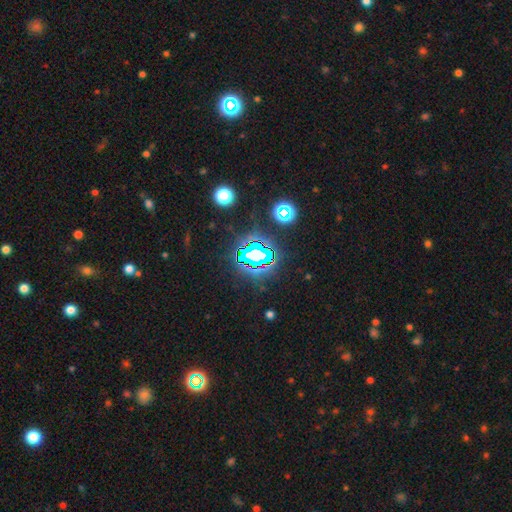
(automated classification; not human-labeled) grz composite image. It shows a star or artifact, not a galaxy (70%).